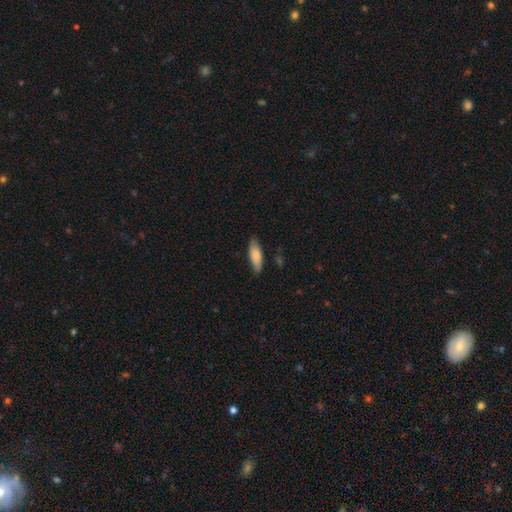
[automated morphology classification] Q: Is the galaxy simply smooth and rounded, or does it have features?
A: smooth — 81%.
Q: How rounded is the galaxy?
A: in between — 58%.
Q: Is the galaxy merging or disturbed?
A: none — 82%.